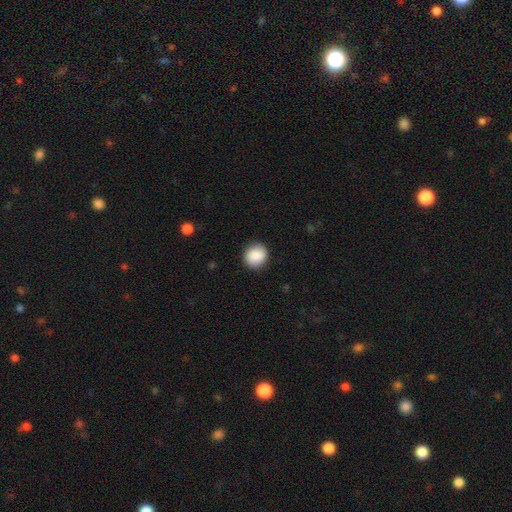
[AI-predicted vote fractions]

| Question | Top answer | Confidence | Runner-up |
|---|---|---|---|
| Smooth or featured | smooth | 88% | star or artifact (7%) |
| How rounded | round | 81% | in between (18%) |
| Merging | none | 89% | minor disturbance (8%) |